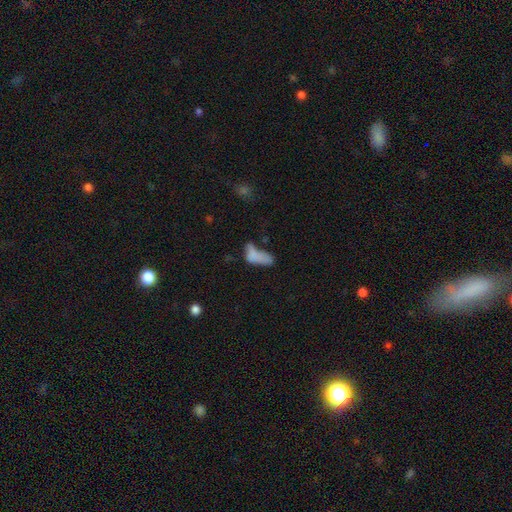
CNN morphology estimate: A smooth galaxy with no disk features (69%) that is in between round and cigar-shaped (79%). Merging: major disturbance (29%).